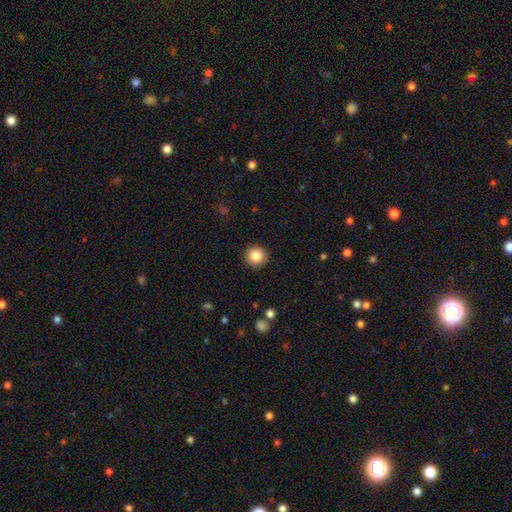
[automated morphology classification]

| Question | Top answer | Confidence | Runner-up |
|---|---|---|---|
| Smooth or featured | smooth | 85% | star or artifact (9%) |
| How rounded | round | 95% | in between (4%) |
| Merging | none | 92% | minor disturbance (5%) |